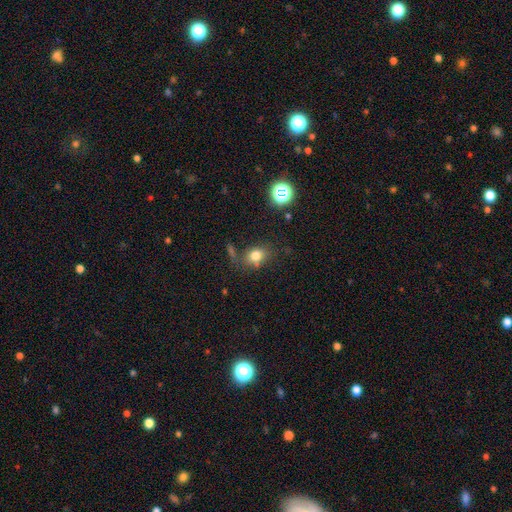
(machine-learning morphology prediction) smooth 77%, star or artifact 14%, featured or disk 9%. Down the decision tree: how rounded — in between (53%); merging — none (66%).